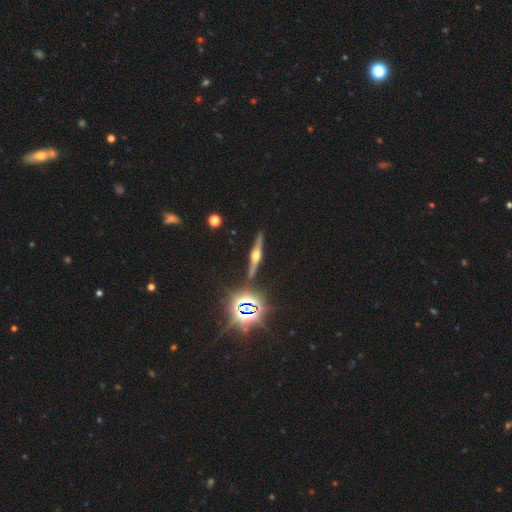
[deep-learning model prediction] featured or disk 73%, smooth 14%, star or artifact 14%. Down the decision tree: edge-on disk — yes (97%); edge-on bulge — rounded (94%); merging — none (89%).